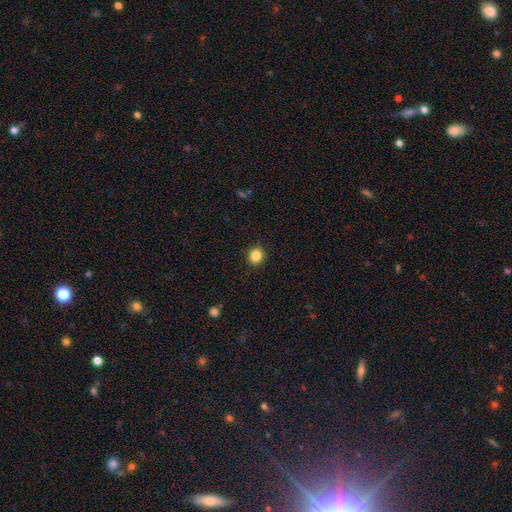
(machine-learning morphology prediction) Smooth or featured? Predicted: smooth (p=0.85). How rounded? Predicted: round (p=0.84). Merging? Predicted: none (p=0.91).